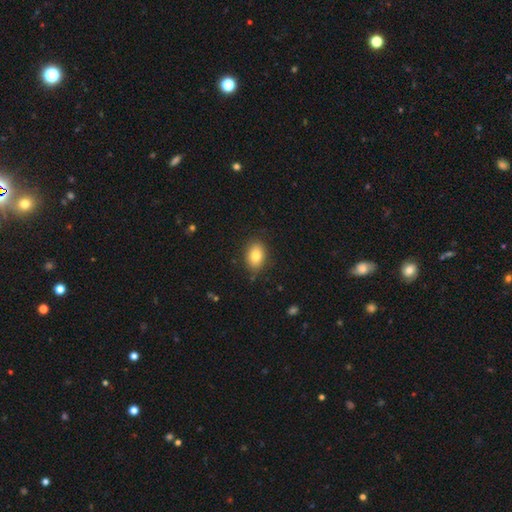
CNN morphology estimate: smooth_or_featured: smooth (p=0.82) [alt: featured or disk p=0.09]
how_rounded: in between (p=0.82) [alt: round p=0.16]
merging: none (p=0.84) [alt: minor disturbance p=0.12]